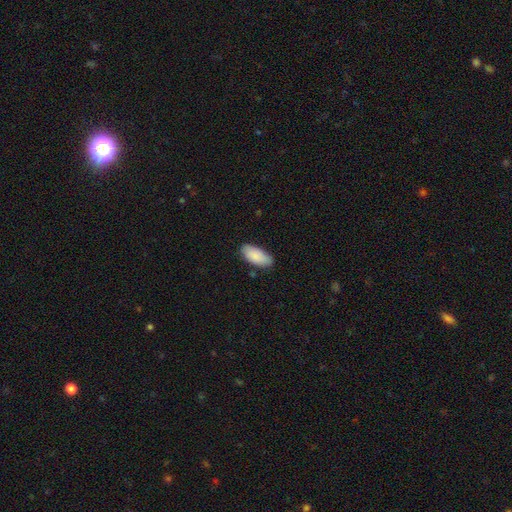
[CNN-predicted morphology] The model was most divided on "merging": none: 76%, minor disturbance: 19%, major disturbance: 3%, merger: 2%. More confident: how rounded — in between (90%); smooth or featured — smooth (88%).